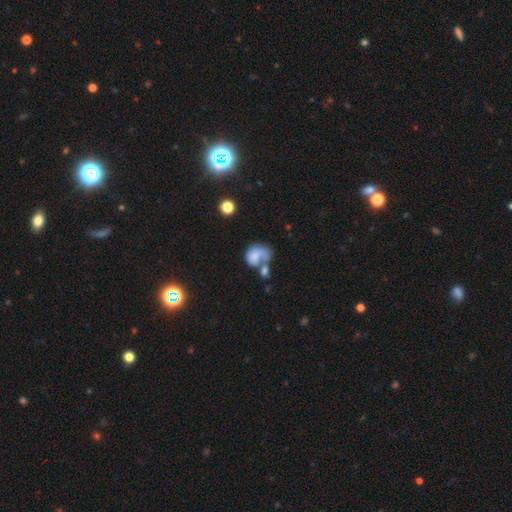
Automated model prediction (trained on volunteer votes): smooth_or_featured: smooth (p=0.54) [alt: featured or disk p=0.37]
how_rounded: in between (p=0.55) [alt: round p=0.43]
merging: merger (p=0.40) [alt: major disturbance p=0.30]